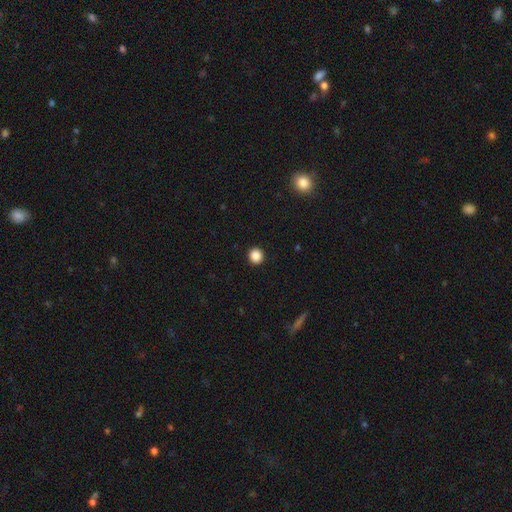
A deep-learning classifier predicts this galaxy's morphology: This appears to be a smooth galaxy with no disk features (87%) that is round (92%). Merging: none (93%).